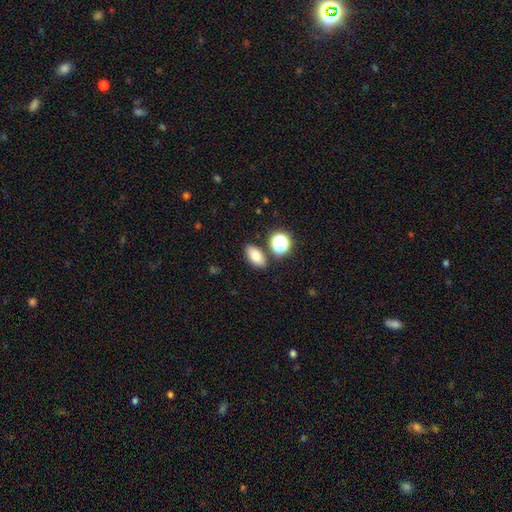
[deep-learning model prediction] Smooth or featured? Predicted: smooth (p=0.78). How rounded? Predicted: in between (p=0.86). Merging? Predicted: none (p=0.80).